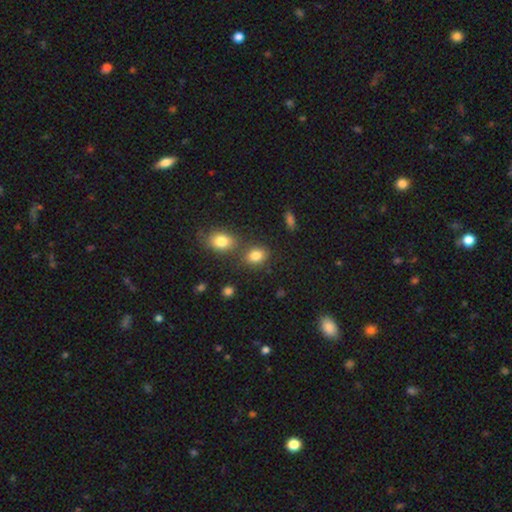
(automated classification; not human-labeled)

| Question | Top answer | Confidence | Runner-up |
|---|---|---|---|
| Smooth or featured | smooth | 83% | star or artifact (11%) |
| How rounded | in between | 62% | round (36%) |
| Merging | none | 67% | merger (18%) |